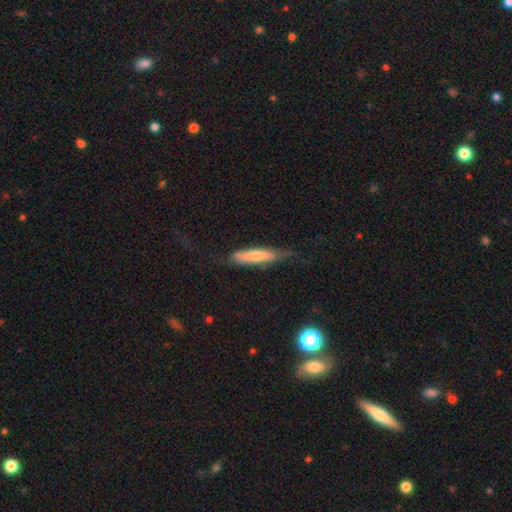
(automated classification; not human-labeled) Overall: smooth (63%; featured or disk 32%). How rounded: cigar-shaped (81%). Merging: none (61%; minor disturbance 26%).